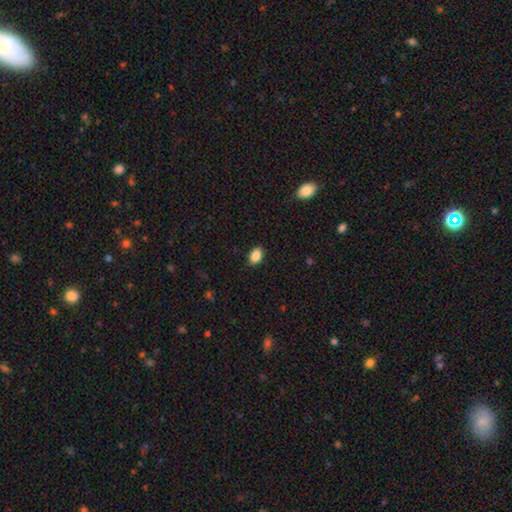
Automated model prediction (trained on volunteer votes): Smooth or featured? Predicted: smooth (p=0.87). How rounded? Predicted: in between (p=0.87). Merging? Predicted: none (p=0.89).